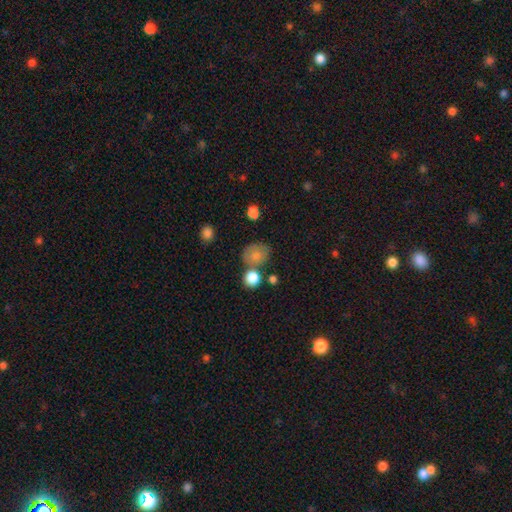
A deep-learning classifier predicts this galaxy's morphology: Smooth or featured? Predicted: smooth (p=0.79). How rounded? Predicted: round (p=0.64). Merging? Predicted: none (p=0.59).